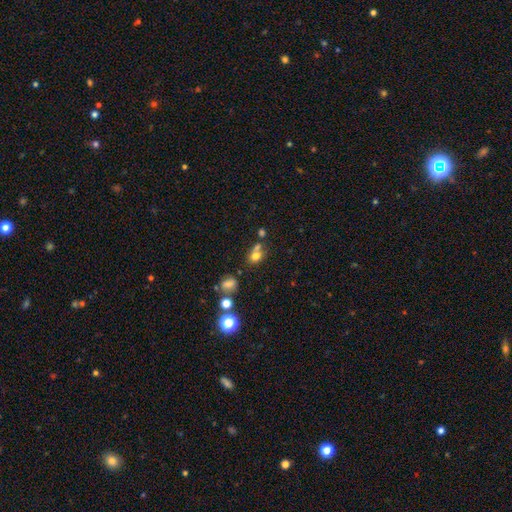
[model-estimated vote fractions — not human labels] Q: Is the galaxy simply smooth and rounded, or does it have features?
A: smooth — 71%.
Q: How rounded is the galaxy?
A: round — 62%.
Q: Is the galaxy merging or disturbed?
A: none — 43%.